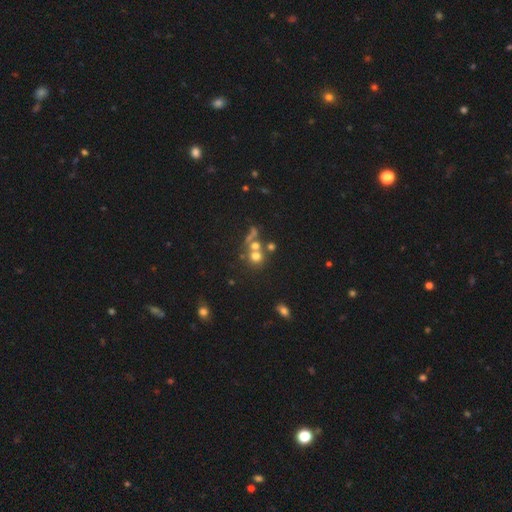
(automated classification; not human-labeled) smooth 61%, star or artifact 20%, featured or disk 19%. Down the decision tree: how rounded — round (83%); merging — none (44%).